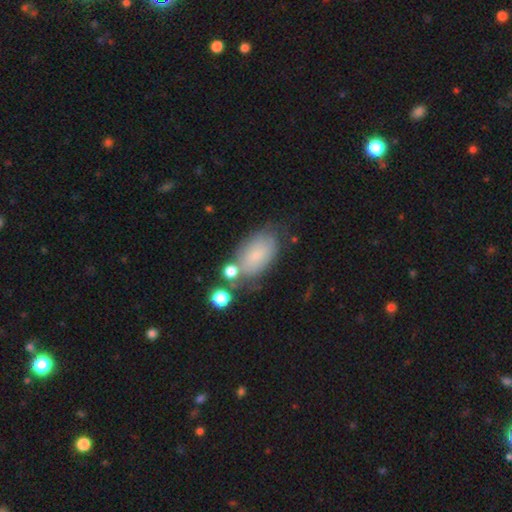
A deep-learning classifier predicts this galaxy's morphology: Q: Smooth or featured?
A: smooth (68%); runner-up: featured or disk (23%)
Q: How rounded?
A: in between (91%); runner-up: round (6%)
Q: Merging?
A: none (54%); runner-up: minor disturbance (23%)